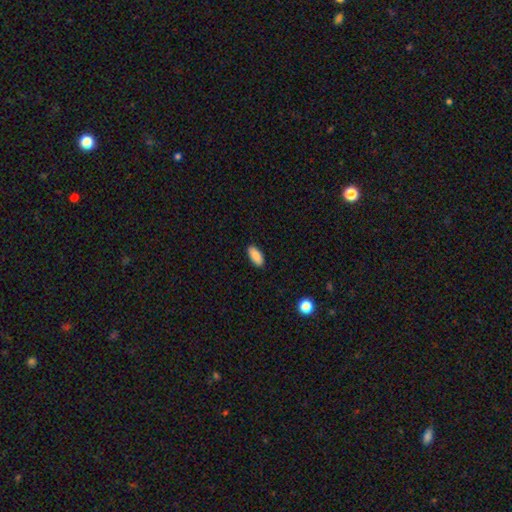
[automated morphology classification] type=smooth (89%); roundness=in between (86%); merging=none (90%).